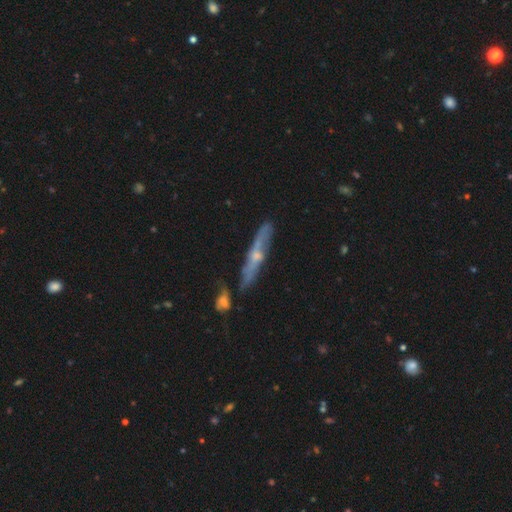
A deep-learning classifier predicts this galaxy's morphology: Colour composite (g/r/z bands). It shows a featured or disk galaxy (68%) viewed edge-on (79%) with a rounded central bulge (70%). Merging: none (69%).